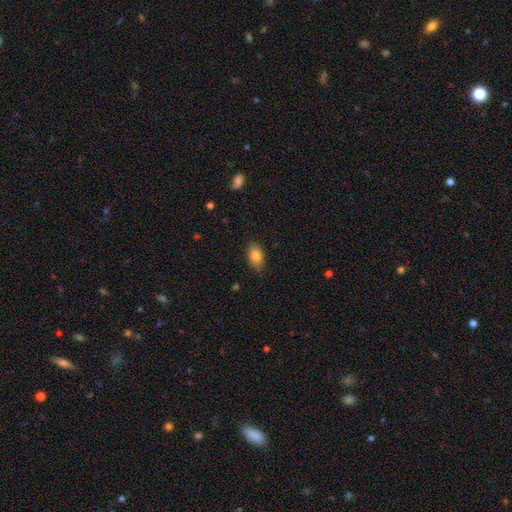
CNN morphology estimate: Smooth or featured?
  - smooth: 83% *
  - featured or disk: 10%
  - star or artifact: 8%
How rounded?
  - in between: 89% *
  - round: 8%
  - cigar-shaped: 2%
Merging?
  - none: 85% *
  - minor disturbance: 11%
  - major disturbance: 2%
  - merger: 1%